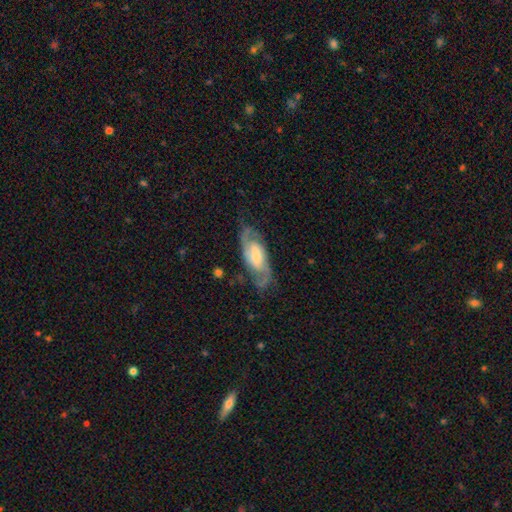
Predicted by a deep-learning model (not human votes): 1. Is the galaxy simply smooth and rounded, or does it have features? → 82% featured or disk, 13% smooth, 5% star or artifact.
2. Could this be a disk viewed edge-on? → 93% no, 7% yes.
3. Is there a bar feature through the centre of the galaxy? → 47% weak, 32% no, 21% strong.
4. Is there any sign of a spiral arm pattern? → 95% yes, 5% no.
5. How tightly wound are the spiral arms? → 53% medium, 26% tight, 21% loose.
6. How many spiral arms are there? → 88% 2, 6% can't tell, 2% 1, 2% 3, 1% 4, 1% more than 4.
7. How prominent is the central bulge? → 40% moderate, 29% small, 20% large, 9% none, 2% dominant.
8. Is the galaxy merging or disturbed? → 72% none, 18% minor disturbance, 9% major disturbance, 2% merger.